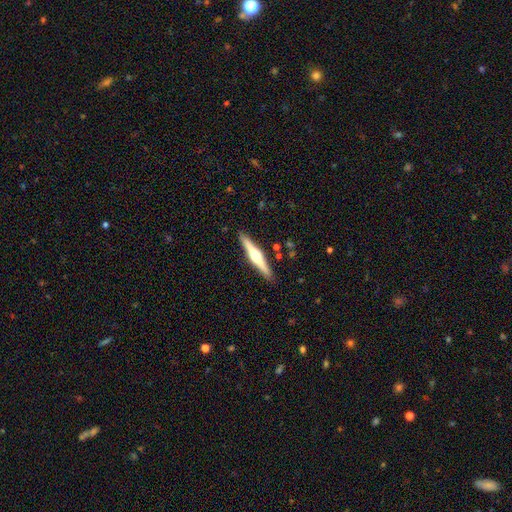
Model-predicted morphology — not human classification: type=featured or disk (71%); edge-on=yes (98%); edge-on bulge=rounded (92%); merging=none (91%).